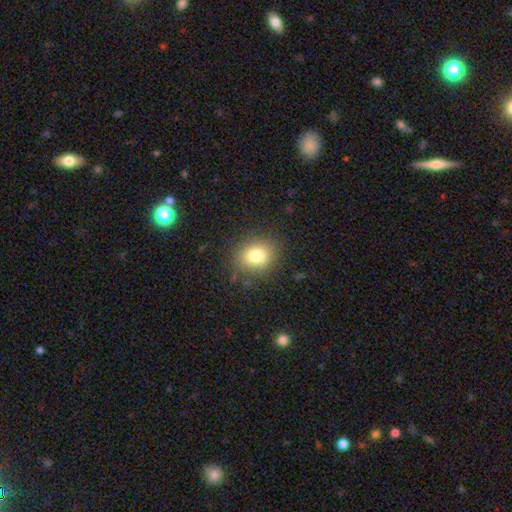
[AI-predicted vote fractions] Morphology: type=smooth (77%); roundness=round (61%); merging=none (81%).